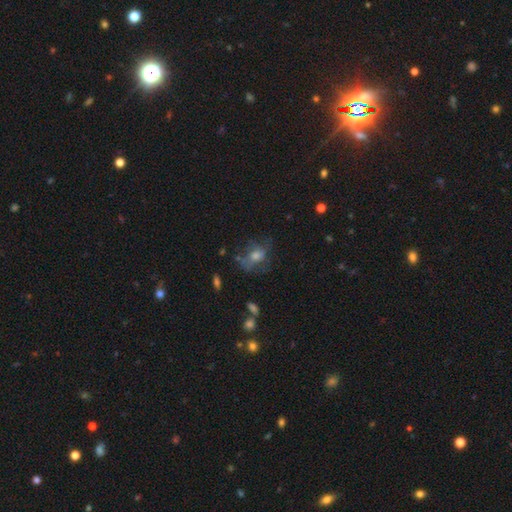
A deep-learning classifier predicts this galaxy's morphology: A smooth galaxy with no disk features (42%).

Vote fractions:
- Smooth or featured? smooth: 42% / featured or disk: 39% / star or artifact: 19%
- Merging? none: 50% / minor disturbance: 23% / major disturbance: 23% / merger: 5%